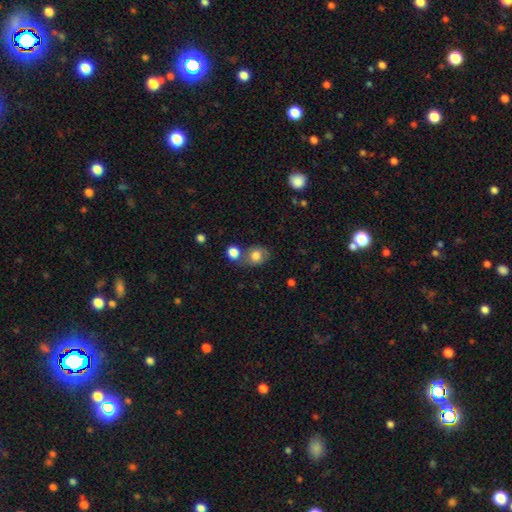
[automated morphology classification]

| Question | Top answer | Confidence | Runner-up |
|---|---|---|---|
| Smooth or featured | smooth | 76% | featured or disk (15%) |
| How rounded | round | 56% | in between (43%) |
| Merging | none | 52% | merger (24%) |